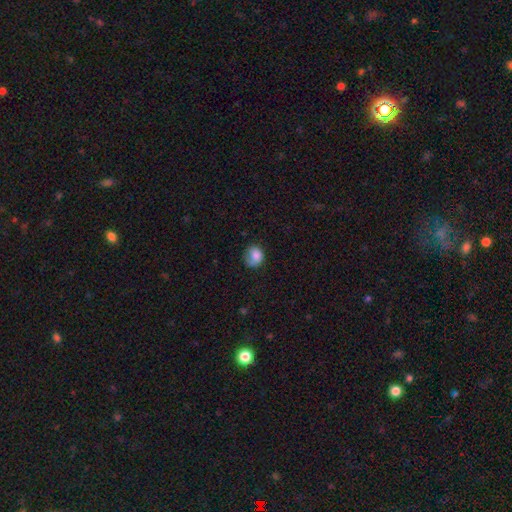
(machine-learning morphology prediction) This is likely a smooth galaxy (78%). How rounded: likely round (64%). Merging: possibly none (49%).